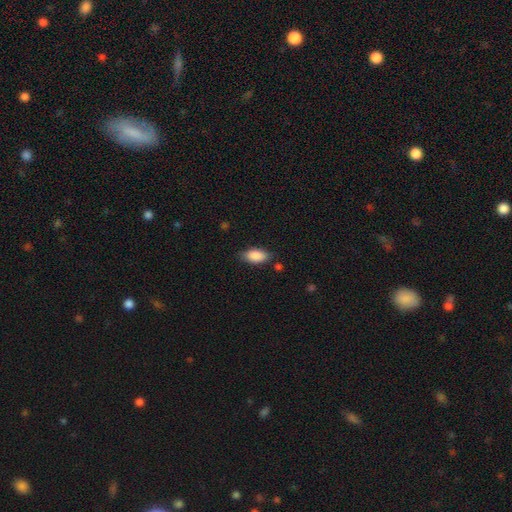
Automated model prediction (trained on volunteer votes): Smooth or featured?
  - smooth: 87% *
  - star or artifact: 7%
  - featured or disk: 6%
How rounded?
  - in between: 90% *
  - cigar-shaped: 6%
  - round: 4%
Merging?
  - none: 75% *
  - minor disturbance: 18%
  - major disturbance: 4%
  - merger: 3%